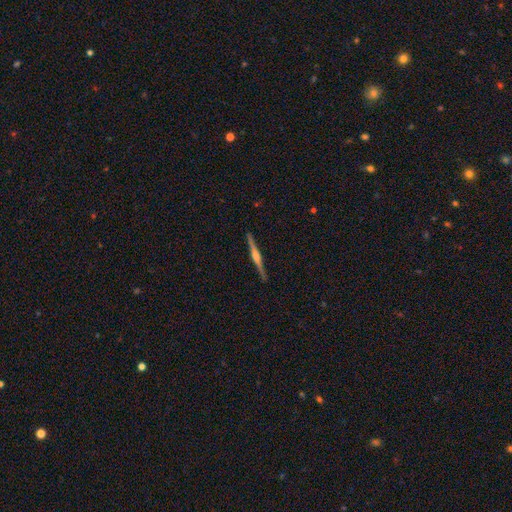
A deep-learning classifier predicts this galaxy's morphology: smooth-or-featured: featured or disk: 83% | smooth: 12% | star or artifact: 5%
  disk-edge-on: yes: 99% | no: 1%
    edge-on-bulge: rounded: 81% | boxy: 13% | none: 6%
  merging: none: 92% | minor disturbance: 6% | major disturbance: 1% | merger: 1%